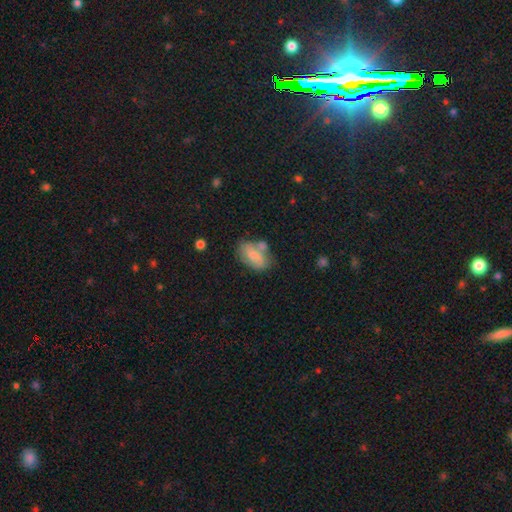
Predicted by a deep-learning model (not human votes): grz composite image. It shows a smooth galaxy with no disk features (66%) that is in between round and cigar-shaped (90%). Merging: none (49%).